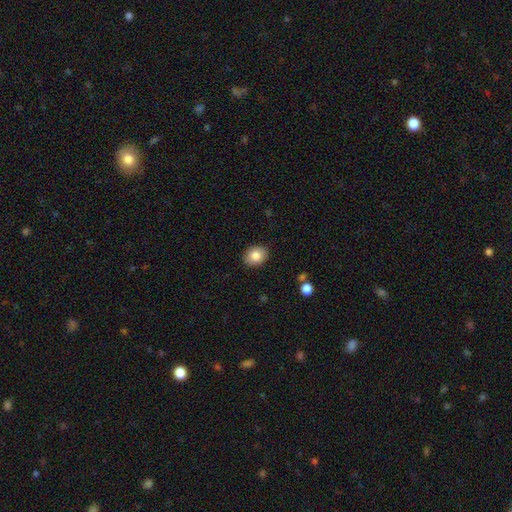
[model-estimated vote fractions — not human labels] Smooth or featured?
  - smooth: 83% *
  - featured or disk: 9%
  - star or artifact: 8%
How rounded?
  - in between: 59% *
  - round: 40%
  - cigar-shaped: 1%
Merging?
  - none: 89% *
  - minor disturbance: 8%
  - major disturbance: 2%
  - merger: 1%